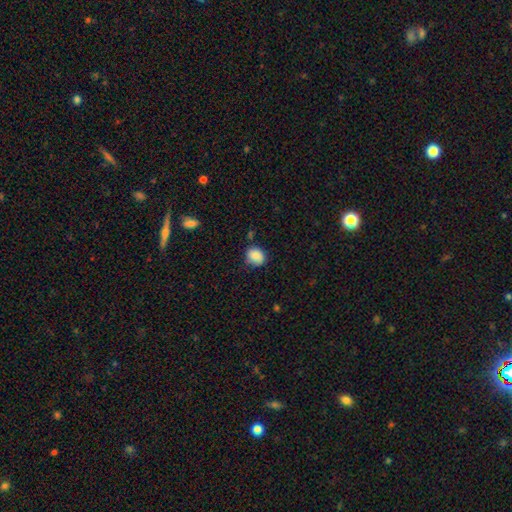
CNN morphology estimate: This is clearly a smooth galaxy (84%). How rounded: likely round (62%). Merging: likely none (71%).